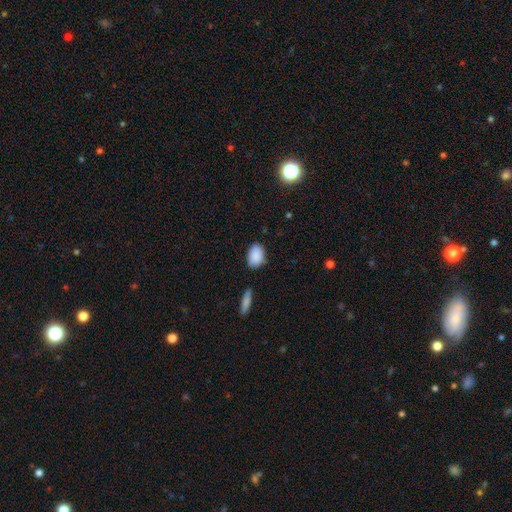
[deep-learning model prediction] This appears to be a smooth galaxy with no disk features (89%) that is in between round and cigar-shaped (85%). Merging: none (77%).